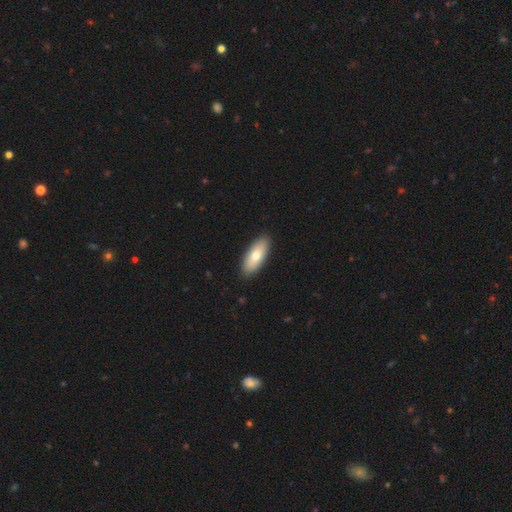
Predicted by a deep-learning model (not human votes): A smooth galaxy with no disk features (72%) that is in between round and cigar-shaped (79%). Merging: none (90%).